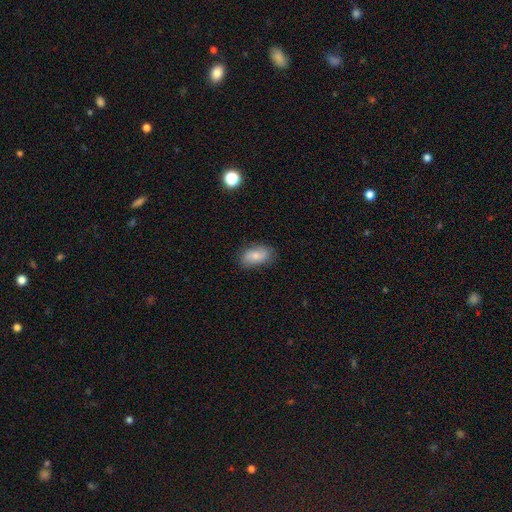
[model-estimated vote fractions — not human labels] A smooth galaxy with no disk features (76%) that is in between round and cigar-shaped (91%). Merging: none (80%).